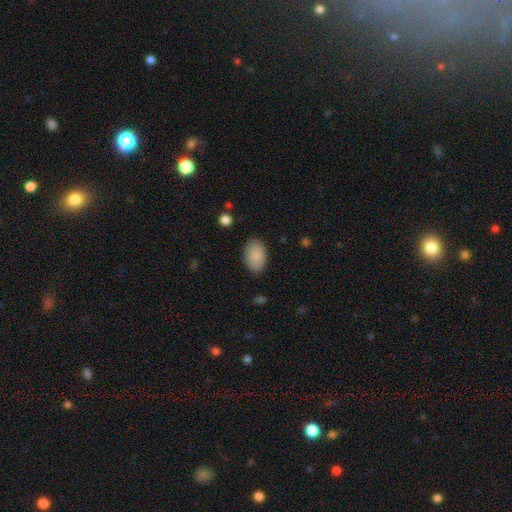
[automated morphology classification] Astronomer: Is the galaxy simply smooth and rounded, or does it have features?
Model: smooth — 88%.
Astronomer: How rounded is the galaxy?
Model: in between — 90%.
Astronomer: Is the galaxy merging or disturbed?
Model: none — 85%.